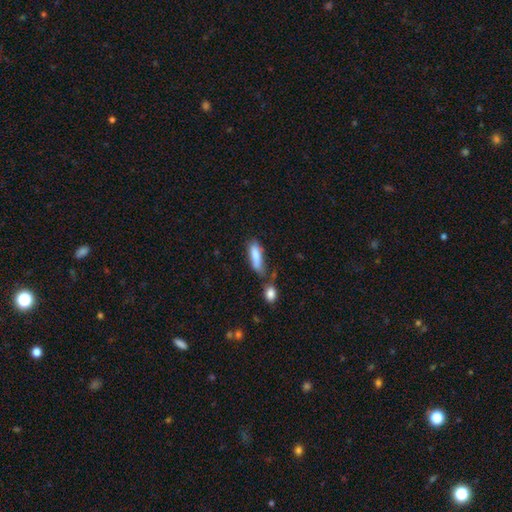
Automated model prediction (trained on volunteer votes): Overall: smooth (81%). How rounded: in between (49%, tied with cigar-shaped). Merging: none (42%; minor disturbance 25%).